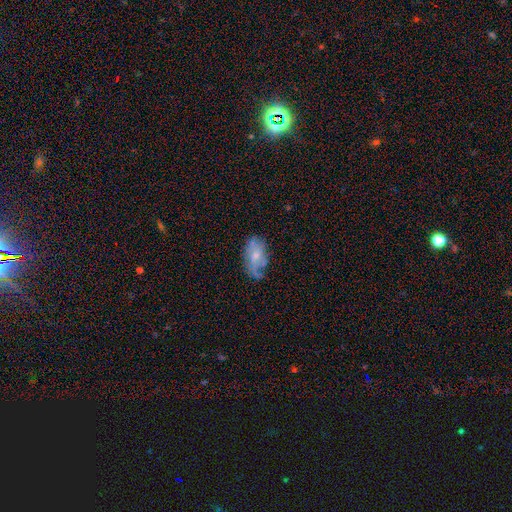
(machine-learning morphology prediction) Overall: featured or disk (48%; smooth 43%). Merging: none (50%; minor disturbance 31%).